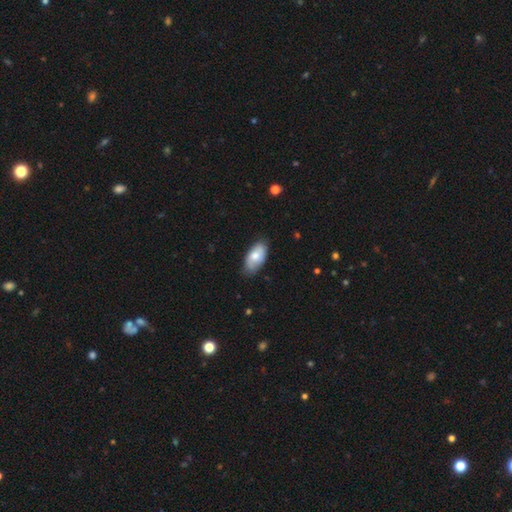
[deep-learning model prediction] A smooth galaxy with no disk features (70%) that is in between round and cigar-shaped (93%). Merging: none (78%).